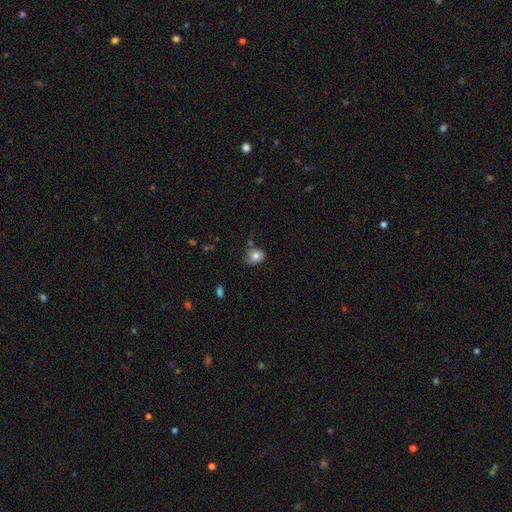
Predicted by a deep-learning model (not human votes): smooth 77%, featured or disk 13%, star or artifact 9%. Down the decision tree: how rounded — round (59%); merging — none (62%).